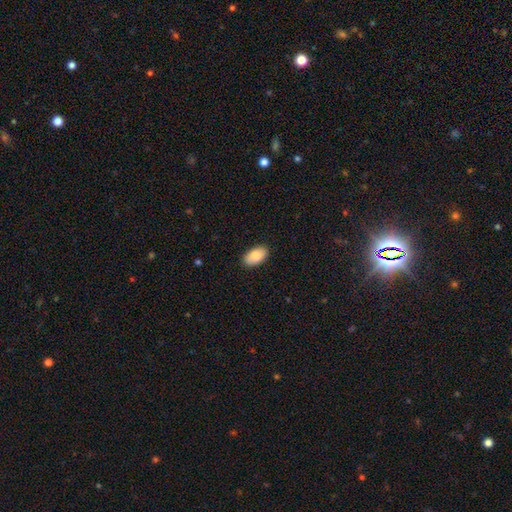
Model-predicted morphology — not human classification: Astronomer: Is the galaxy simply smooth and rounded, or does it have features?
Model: smooth — 83%.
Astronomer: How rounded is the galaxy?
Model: in between — 94%.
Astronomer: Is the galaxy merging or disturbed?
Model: none — 89%.